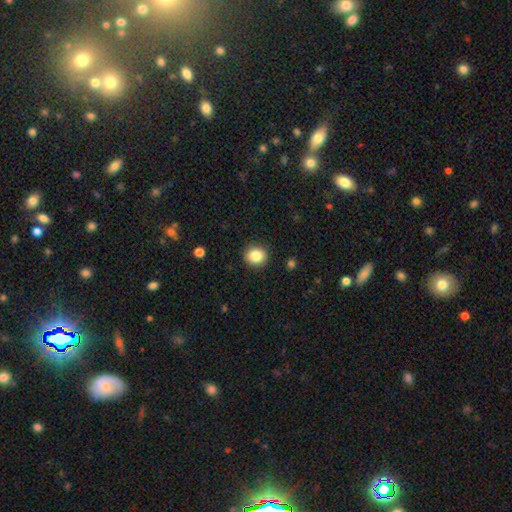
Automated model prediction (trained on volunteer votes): This is clearly a smooth galaxy (85%). How rounded: clearly round (85%). Merging: clearly none (90%).